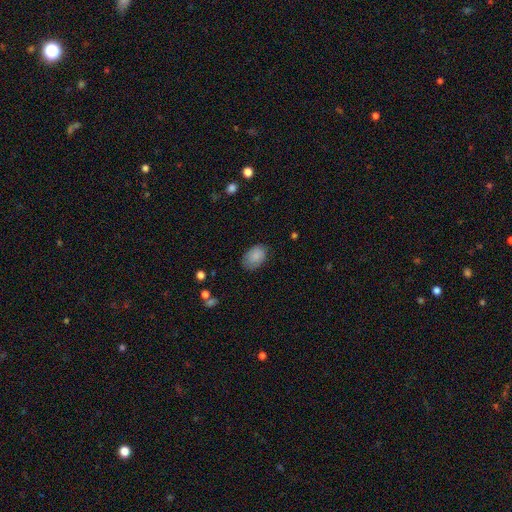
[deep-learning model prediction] Smooth or featured? smooth (85%)
How rounded? in between (83%)
Merging? none (75%)